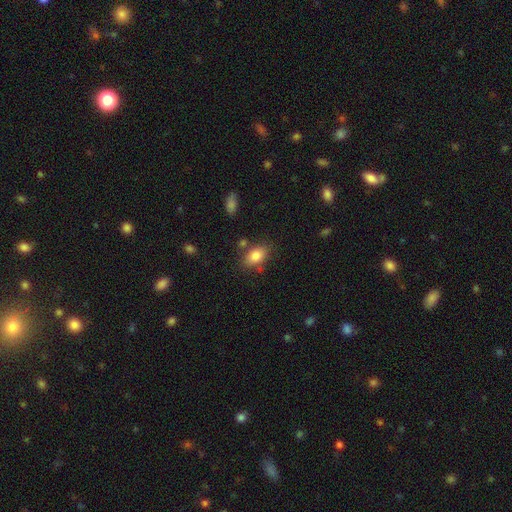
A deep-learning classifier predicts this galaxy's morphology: Smooth or featured: smooth — 83% (featured or disk — 9%)
How rounded: in between — 87% (round — 11%)
Merging: none — 74% (minor disturbance — 15%)